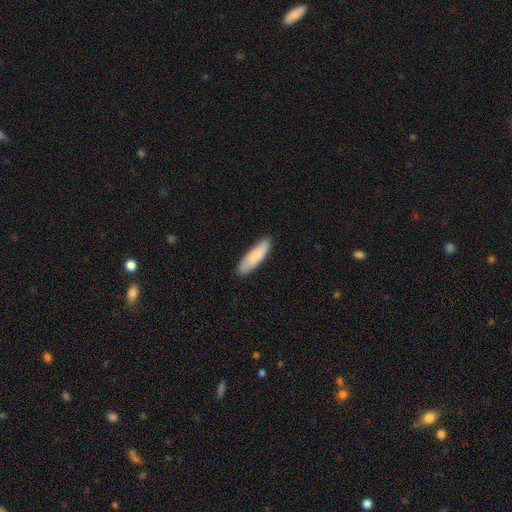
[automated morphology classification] Smooth or featured? Predicted: smooth (p=0.81). How rounded? Predicted: cigar-shaped (p=0.62). Merging? Predicted: none (p=0.84).